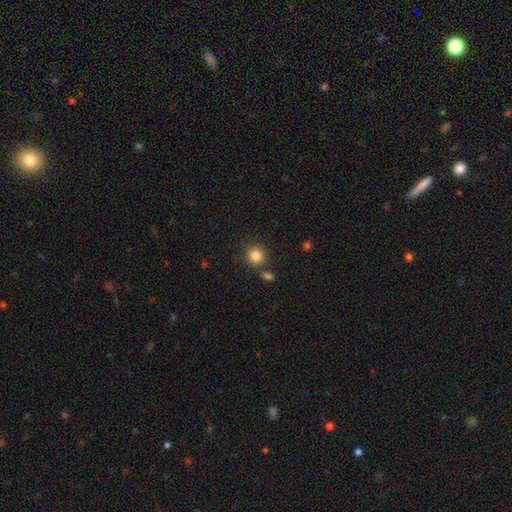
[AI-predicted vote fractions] Smooth or featured? Predicted: smooth (p=0.85). How rounded? Predicted: round (p=0.89). Merging? Predicted: none (p=0.79).